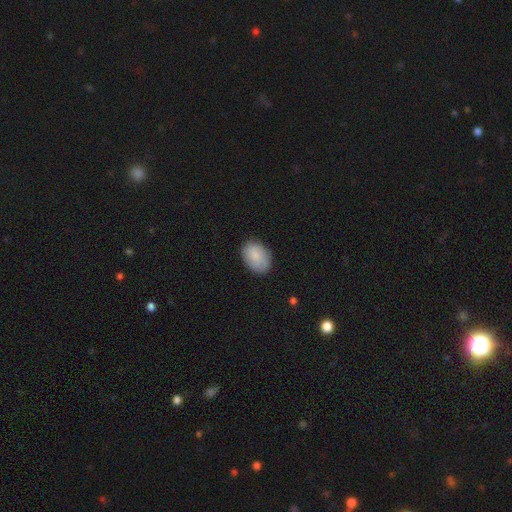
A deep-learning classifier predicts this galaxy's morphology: The model was most divided on "how rounded": in between: 80%, round: 19%, cigar-shaped: 1%. More confident: smooth or featured — smooth (83%); merging — none (81%).